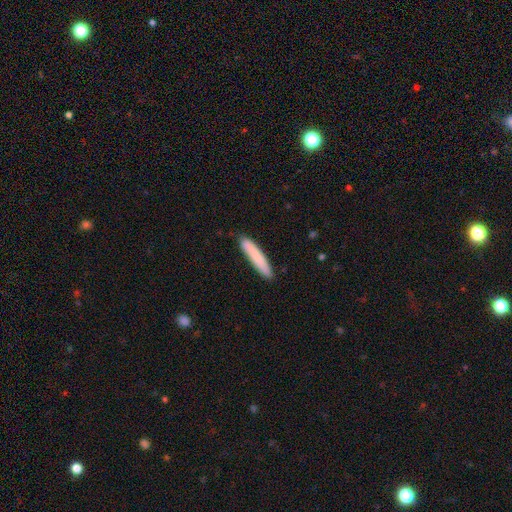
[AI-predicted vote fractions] This appears to be a smooth galaxy with no disk features (82%) that is cigar-shaped (91%). Merging: none (85%).